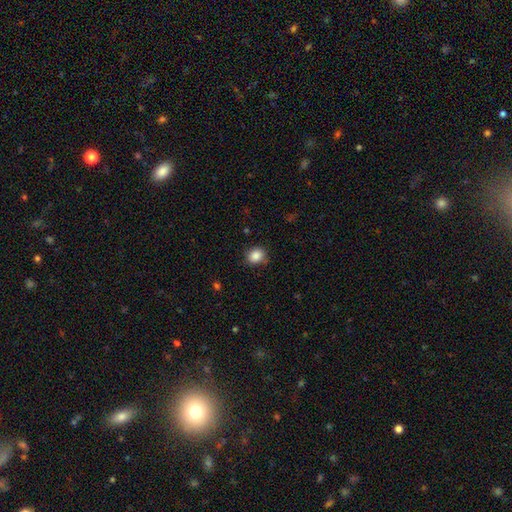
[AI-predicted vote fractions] A smooth galaxy with no disk features (87%) that is round (70%).

Vote fractions:
- Smooth or featured? smooth: 87% / star or artifact: 9% / featured or disk: 4%
- How rounded? round: 70% / in between: 29% / cigar-shaped: 1%
- Merging? none: 81% / minor disturbance: 14% / major disturbance: 3% / merger: 2%